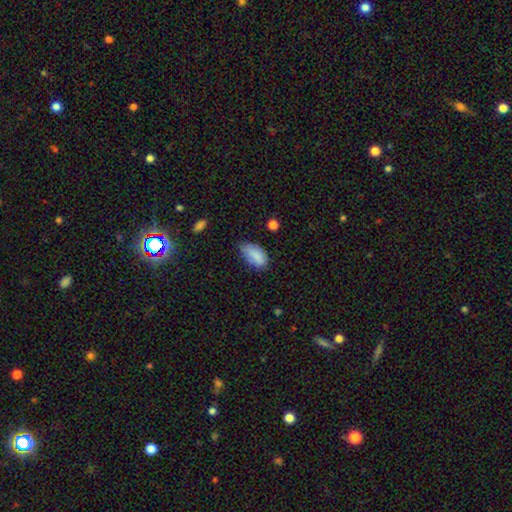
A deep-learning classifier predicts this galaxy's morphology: This is clearly a smooth galaxy (85%). How rounded: clearly in between (93%). Merging: possibly none (54%).